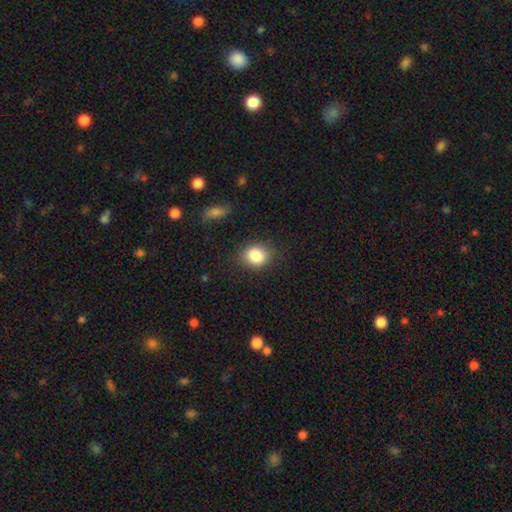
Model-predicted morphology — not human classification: This appears to be a smooth galaxy with no disk features (83%) that is round (64%). Merging: none (82%).